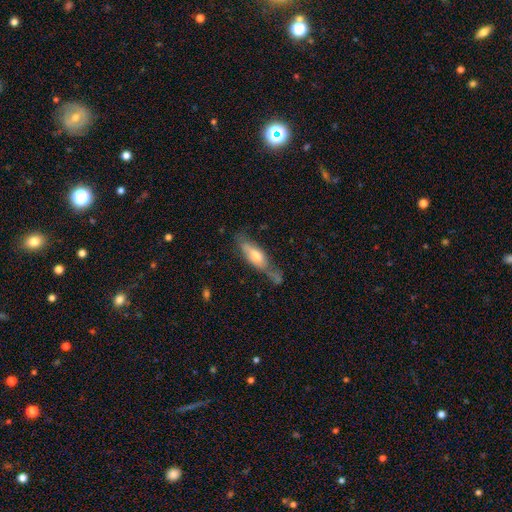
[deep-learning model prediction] Morphology: type=smooth (51%); roundness=in between (49%); merging=none (49%).